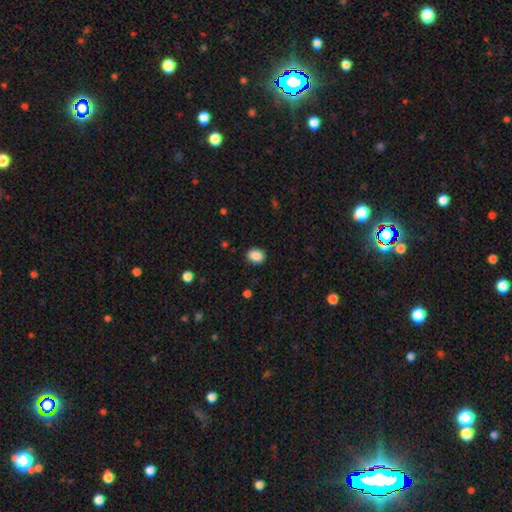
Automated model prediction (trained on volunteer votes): A smooth galaxy with no disk features (89%) that is in between round and cigar-shaped (59%).

Vote fractions:
- Smooth or featured? smooth: 89% / star or artifact: 9% / featured or disk: 3%
- How rounded? in between: 59% / round: 40% / cigar-shaped: 1%
- Merging? none: 88% / minor disturbance: 8% / major disturbance: 2% / merger: 1%